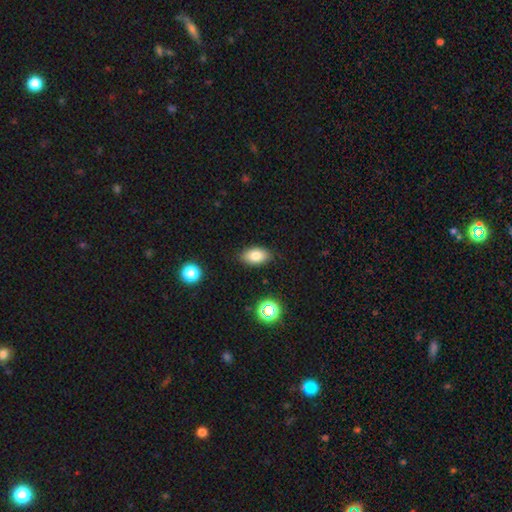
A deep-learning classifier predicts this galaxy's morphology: The model was most divided on "smooth or featured": smooth: 82%, star or artifact: 10%, featured or disk: 9%. More confident: how rounded — in between (91%); merging — none (86%).